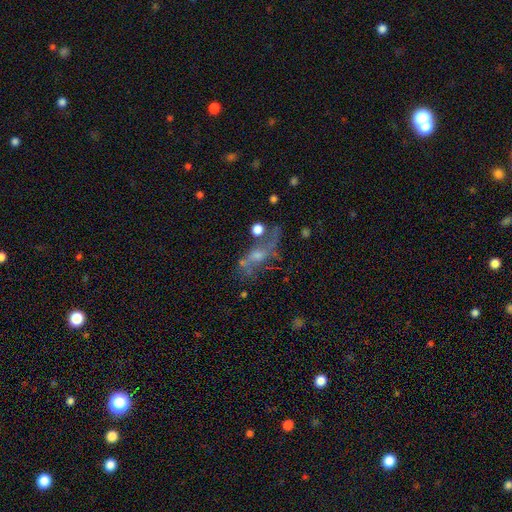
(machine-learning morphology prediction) This is possibly a featured or disk galaxy (58%). It is likely not viewed edge-on (80%). Merging: marginally none (41%).